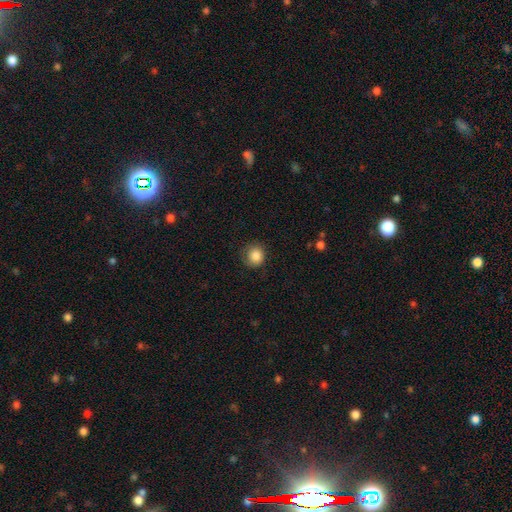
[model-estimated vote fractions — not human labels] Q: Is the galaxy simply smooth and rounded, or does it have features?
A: smooth — 85%.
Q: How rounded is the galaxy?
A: round — 86%.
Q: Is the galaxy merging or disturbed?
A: none — 74%.